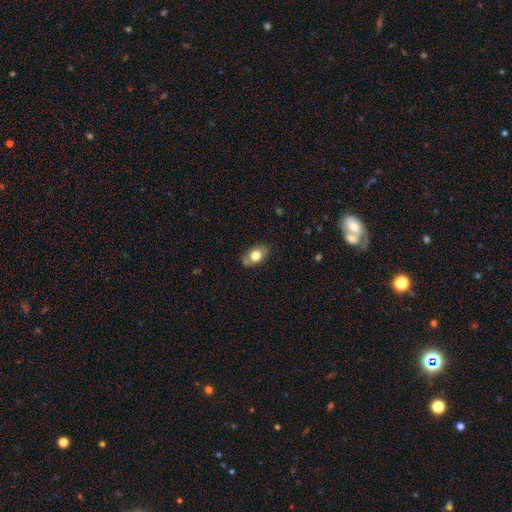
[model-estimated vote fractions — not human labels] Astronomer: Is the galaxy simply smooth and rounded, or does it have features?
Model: smooth — 75%.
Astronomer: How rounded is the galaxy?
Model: in between — 81%.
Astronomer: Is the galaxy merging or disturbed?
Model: none — 71%.